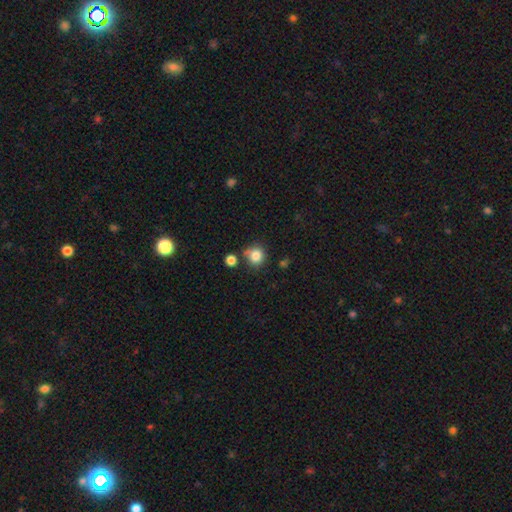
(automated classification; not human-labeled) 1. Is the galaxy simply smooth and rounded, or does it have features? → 83% smooth, 11% star or artifact, 6% featured or disk.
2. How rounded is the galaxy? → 87% round, 12% in between, 1% cigar-shaped.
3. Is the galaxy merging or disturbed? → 66% none, 16% minor disturbance, 13% merger, 5% major disturbance.